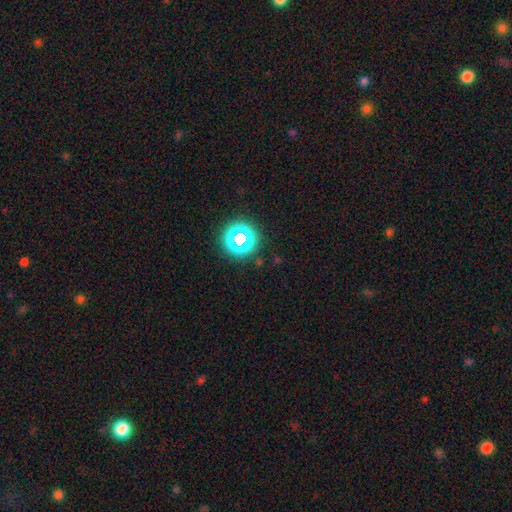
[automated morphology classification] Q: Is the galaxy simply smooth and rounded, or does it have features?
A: star or artifact — 66%.